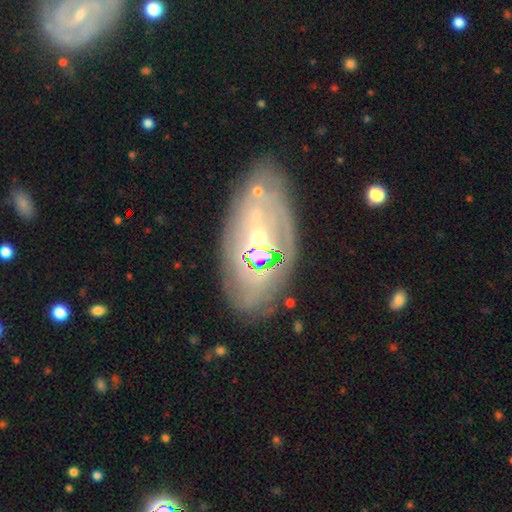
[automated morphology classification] smooth-or-featured: featured or disk: 59% | smooth: 21% | star or artifact: 20%
  disk-edge-on: no: 85% | yes: 15%
    bar: no: 60% | weak: 21% | strong: 19%
    has-spiral-arms: no: 59% | yes: 41%
    bulge-size: moderate: 52% | large: 20% | small: 19% | dominant: 5% | none: 4%
  merging: none: 66% | minor disturbance: 17% | major disturbance: 10% | merger: 6%